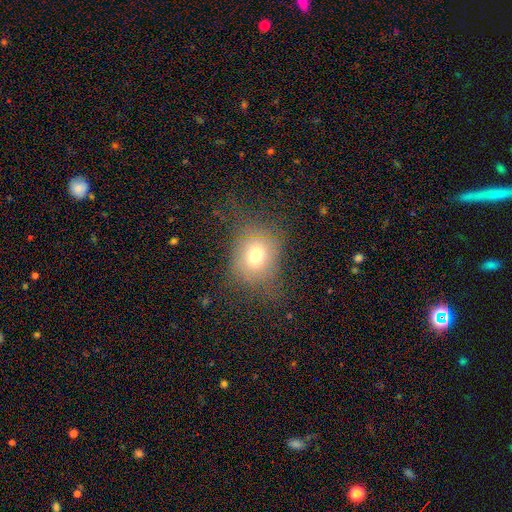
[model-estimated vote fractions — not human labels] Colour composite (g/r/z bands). It shows a smooth galaxy with no disk features (70%) that is round (62%). Merging: none (60%).